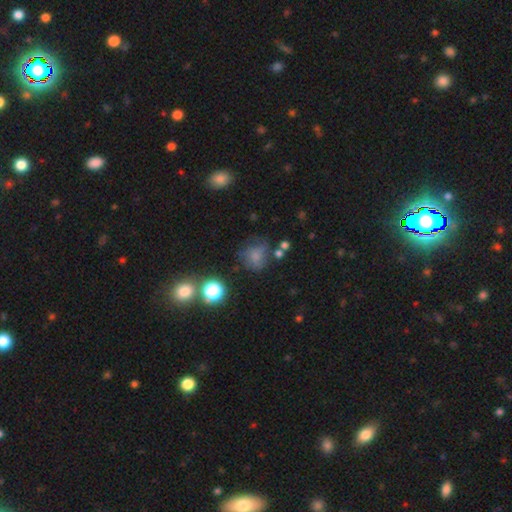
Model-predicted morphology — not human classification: Smooth or featured?
  - smooth: 63% *
  - star or artifact: 19%
  - featured or disk: 17%
How rounded?
  - round: 74% *
  - in between: 25%
  - cigar-shaped: 1%
Merging?
  - none: 52% *
  - minor disturbance: 23%
  - major disturbance: 18%
  - merger: 7%